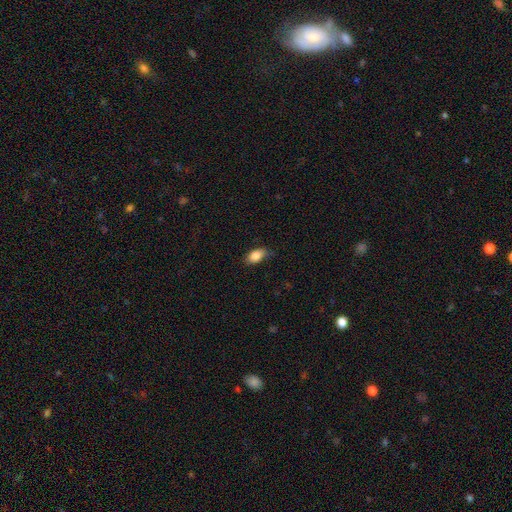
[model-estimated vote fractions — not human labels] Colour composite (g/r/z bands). It shows a smooth galaxy with no disk features (85%) that is in between round and cigar-shaped (89%). Merging: none (72%).